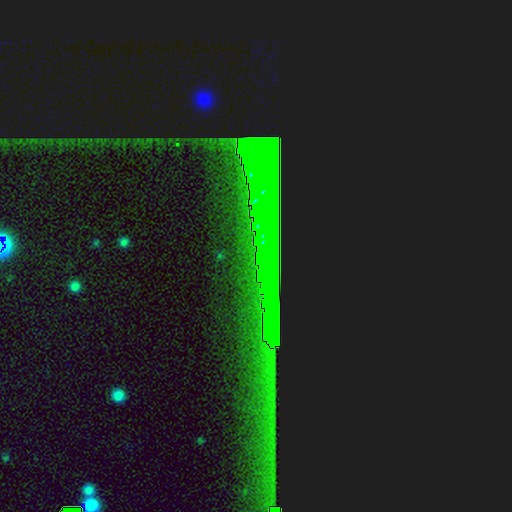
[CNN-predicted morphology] This is likely a star or artifact rather than a galaxy (76%).